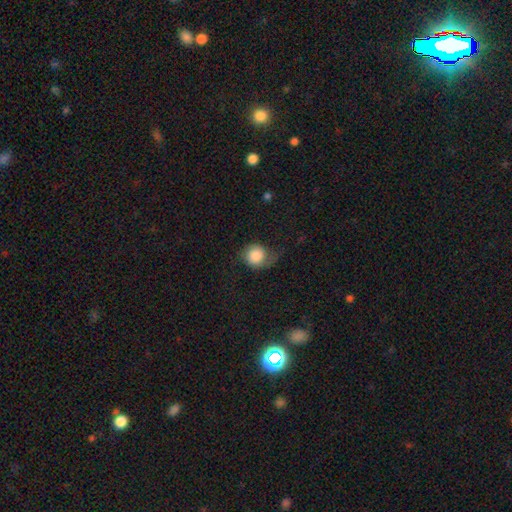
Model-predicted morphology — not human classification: smooth-or-featured: smooth: 80% | featured or disk: 12% | star or artifact: 8%
  how-rounded: round: 83% | in between: 16% | cigar-shaped: 1%
  merging: none: 43% | minor disturbance: 31% | major disturbance: 25% | merger: 2%